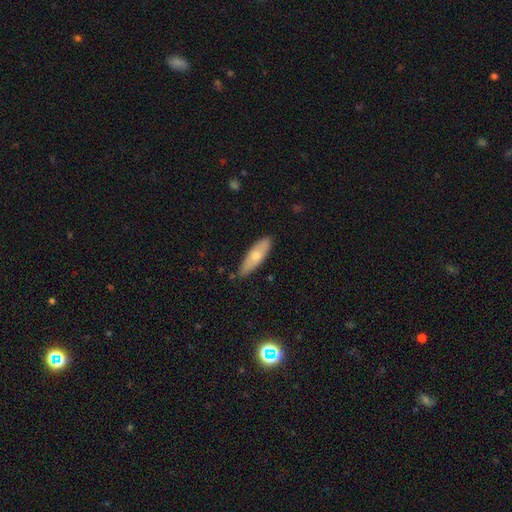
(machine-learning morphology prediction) Overall: smooth (68%). How rounded: cigar-shaped (53%; in between 45%). Merging: none (82%).